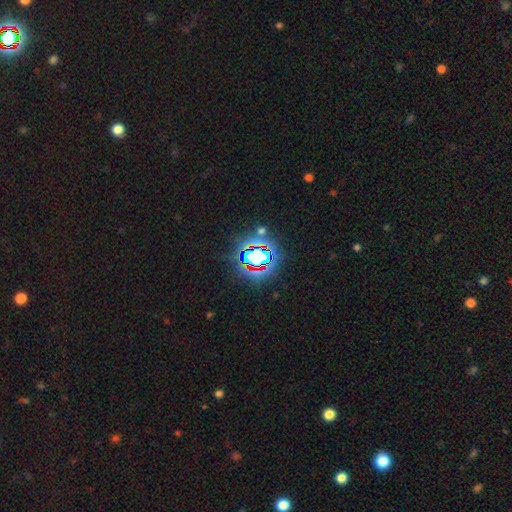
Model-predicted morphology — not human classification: A star or artifact, not a galaxy (71%).